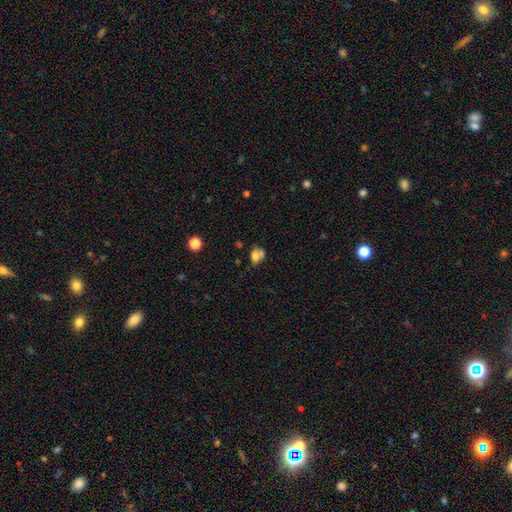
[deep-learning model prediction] Smooth or featured?
  - smooth: 66% *
  - featured or disk: 22%
  - star or artifact: 12%
How rounded?
  - in between: 55% *
  - round: 44%
  - cigar-shaped: 1%
Merging?
  - merger: 44% *
  - none: 32%
  - minor disturbance: 16%
  - major disturbance: 9%